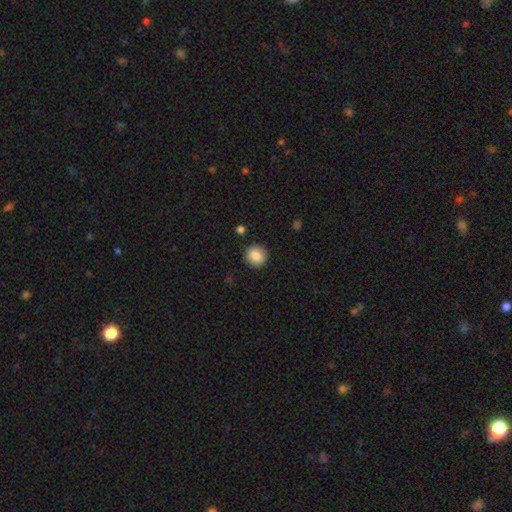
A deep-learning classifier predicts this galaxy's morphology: Smooth or featured? smooth (87%)
How rounded? round (90%)
Merging? none (91%)